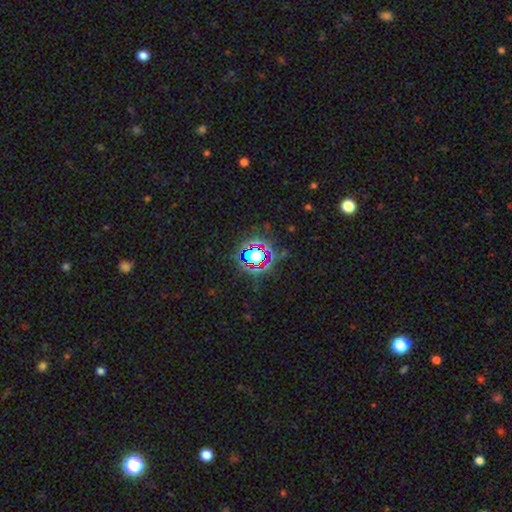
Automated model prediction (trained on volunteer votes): Smooth or featured? star or artifact (70%)